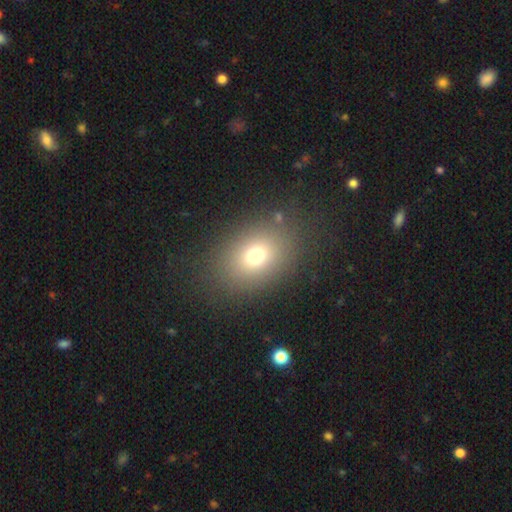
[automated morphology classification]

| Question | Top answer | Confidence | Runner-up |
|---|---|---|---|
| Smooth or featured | smooth | 71% | star or artifact (16%) |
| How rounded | in between | 61% | round (37%) |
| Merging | none | 83% | minor disturbance (9%) |